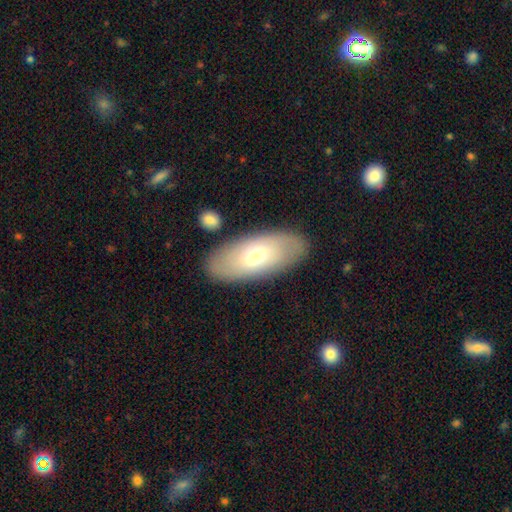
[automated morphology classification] Overall: smooth (55%; featured or disk 38%). How rounded: in between (86%). Merging: none (85%).